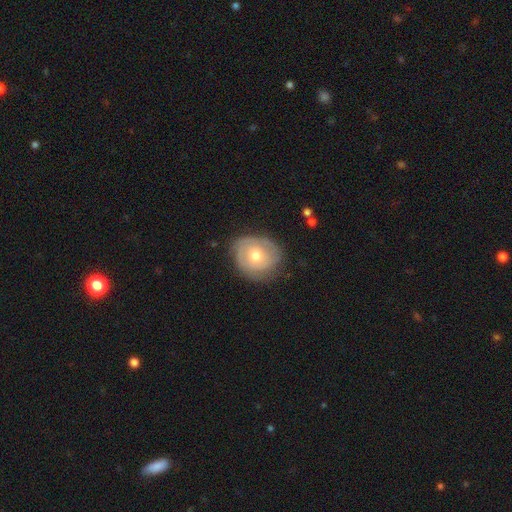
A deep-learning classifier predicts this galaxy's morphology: Smooth or featured: featured or disk — 57% (smooth — 37%)
Edge-on disk: no — 96% (yes — 4%)
Bar: no — 82% (weak — 15%)
Spiral arms: yes — 74% (no — 26%)
Bulge size: moderate — 68% (small — 26%)
Merging: none — 72% (minor disturbance — 21%)